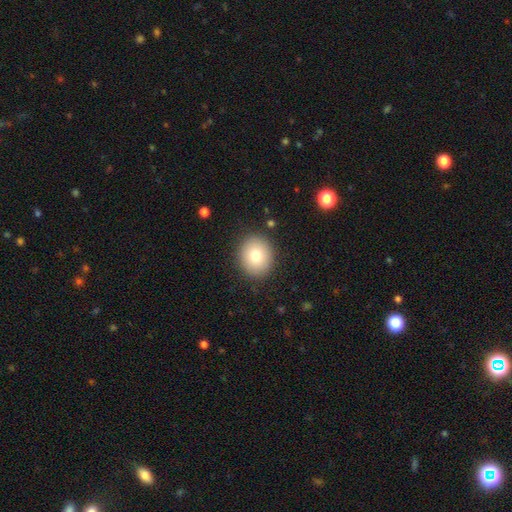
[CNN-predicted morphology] Q: Smooth or featured?
A: smooth (78%); runner-up: featured or disk (12%)
Q: How rounded?
A: round (83%); runner-up: in between (16%)
Q: Merging?
A: none (89%); runner-up: minor disturbance (7%)